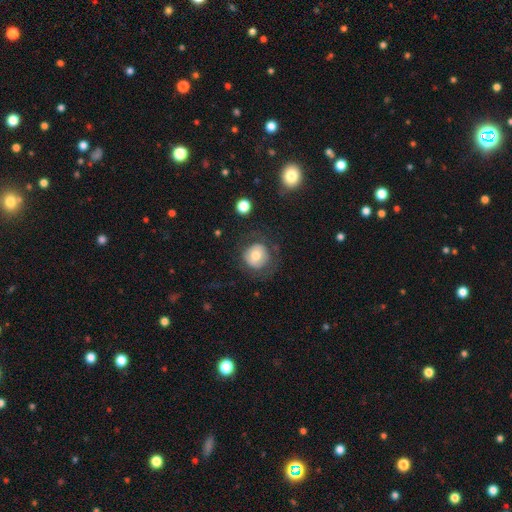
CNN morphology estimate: Smooth or featured? Predicted: smooth (p=0.65). How rounded? Predicted: round (p=0.89). Merging? Predicted: none (p=0.70).